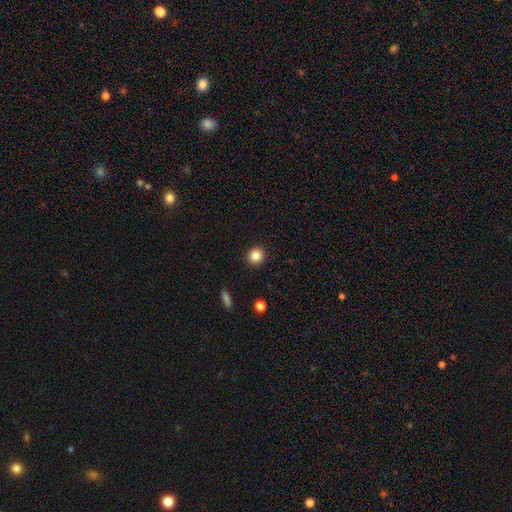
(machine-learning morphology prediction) A smooth galaxy with no disk features (85%) that is round (85%). Merging: none (92%).